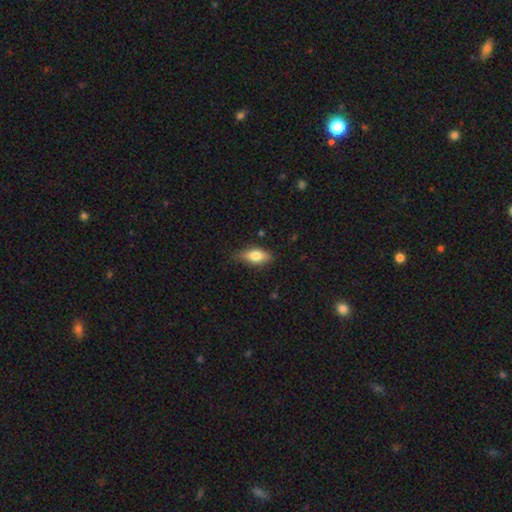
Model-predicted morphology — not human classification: This is likely a smooth galaxy (77%). How rounded: clearly in between (83%). Merging: likely none (72%).